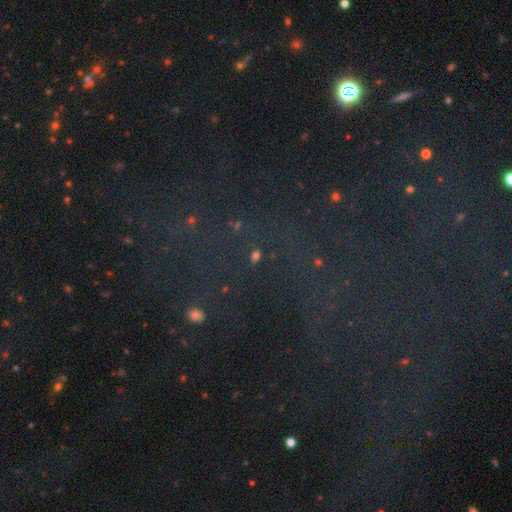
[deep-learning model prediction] smooth_or_featured: star or artifact (p=0.76) [alt: smooth p=0.16]